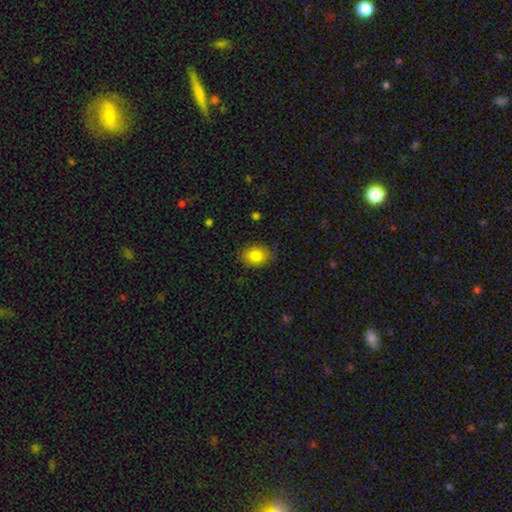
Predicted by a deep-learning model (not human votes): Smooth or featured: smooth — 84% (star or artifact — 9%)
How rounded: in between — 64% (round — 35%)
Merging: none — 81% (minor disturbance — 15%)